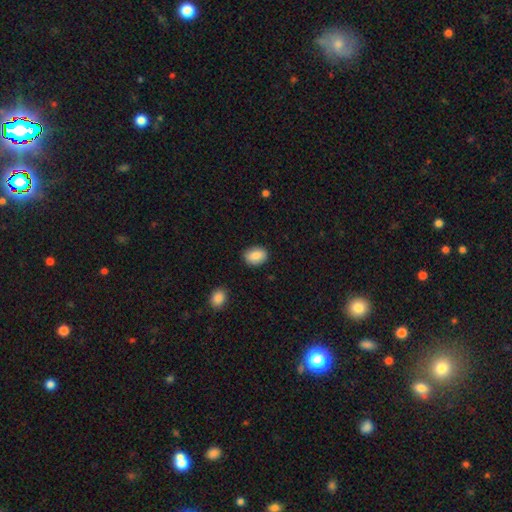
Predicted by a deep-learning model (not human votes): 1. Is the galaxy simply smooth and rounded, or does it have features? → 88% smooth, 7% star or artifact, 5% featured or disk.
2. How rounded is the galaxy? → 74% in between, 25% round, 1% cigar-shaped.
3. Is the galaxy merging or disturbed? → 84% none, 12% minor disturbance, 2% major disturbance, 1% merger.